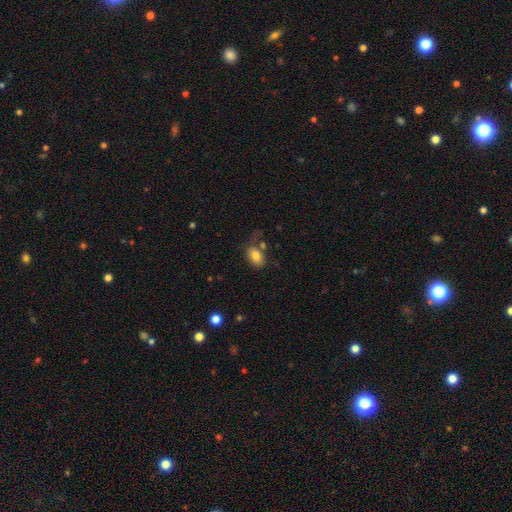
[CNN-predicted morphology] Smooth or featured? Predicted: smooth (p=0.81). How rounded? Predicted: in between (p=0.85). Merging? Predicted: none (p=0.60).